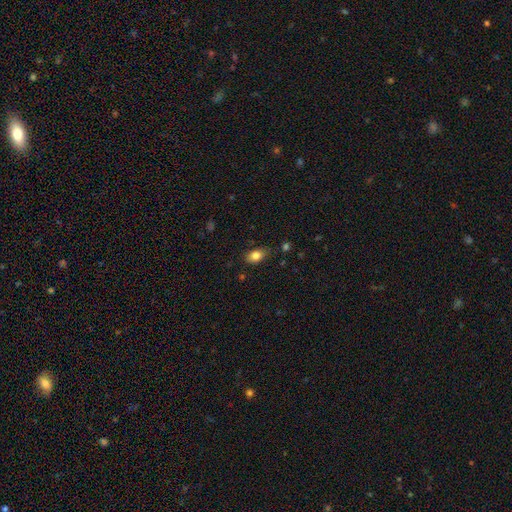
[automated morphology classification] This appears to be a smooth galaxy with no disk features (82%) that is in between round and cigar-shaped (85%). Merging: none (78%).